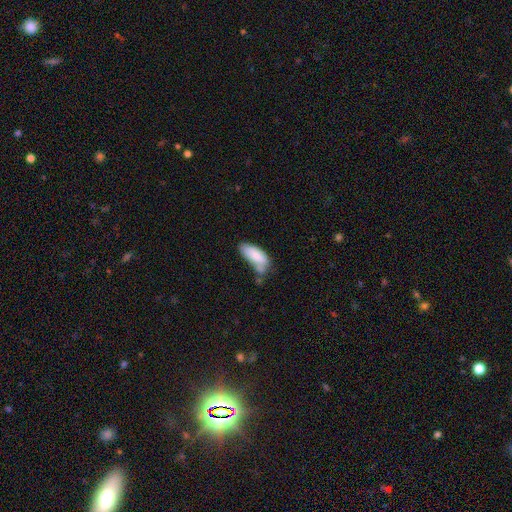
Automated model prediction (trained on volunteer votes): This appears to be a smooth galaxy with no disk features (82%) that is in between round and cigar-shaped (79%). Merging: none (38%).